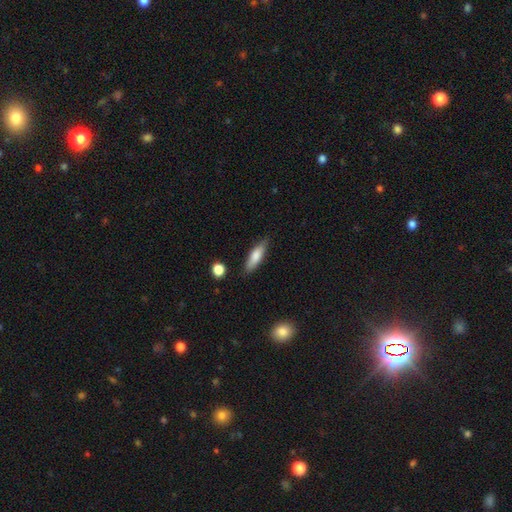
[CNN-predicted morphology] Q: Smooth or featured?
A: smooth (74%); runner-up: featured or disk (19%)
Q: How rounded?
A: cigar-shaped (62%); runner-up: in between (36%)
Q: Merging?
A: none (84%); runner-up: minor disturbance (12%)